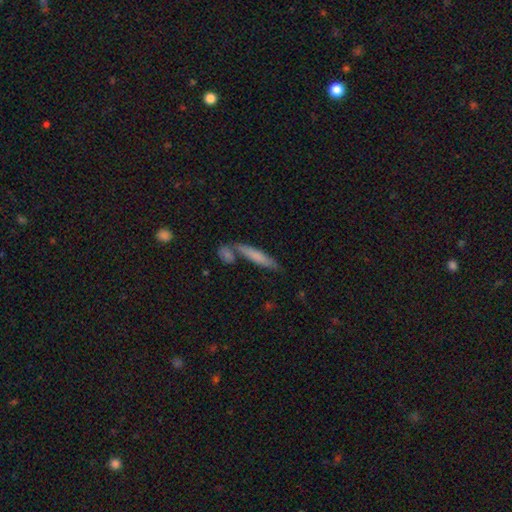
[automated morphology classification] A smooth galaxy with no disk features (68%) that is cigar-shaped (89%). Merging: none (70%).